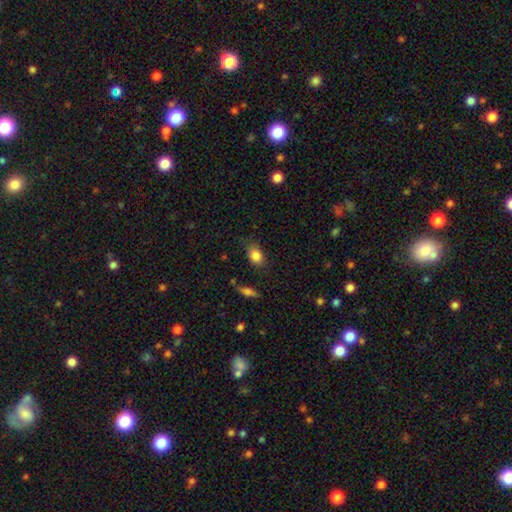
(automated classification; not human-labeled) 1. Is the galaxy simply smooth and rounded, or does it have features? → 84% smooth, 9% star or artifact, 7% featured or disk.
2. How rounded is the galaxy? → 77% in between, 21% round, 2% cigar-shaped.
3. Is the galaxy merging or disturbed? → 74% none, 19% minor disturbance, 5% major disturbance, 2% merger.